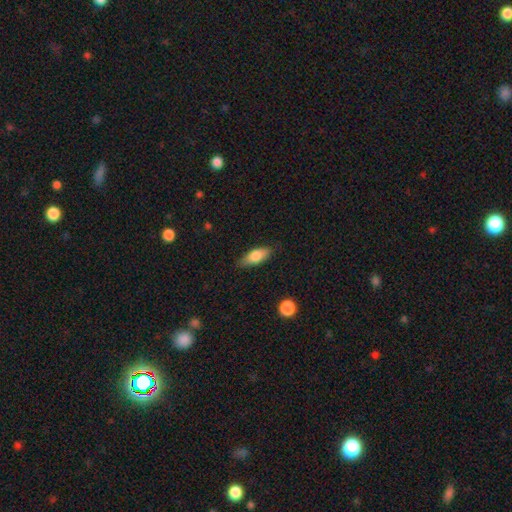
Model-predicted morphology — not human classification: Smooth or featured? smooth (77%)
How rounded? in between (74%)
Merging? none (82%)